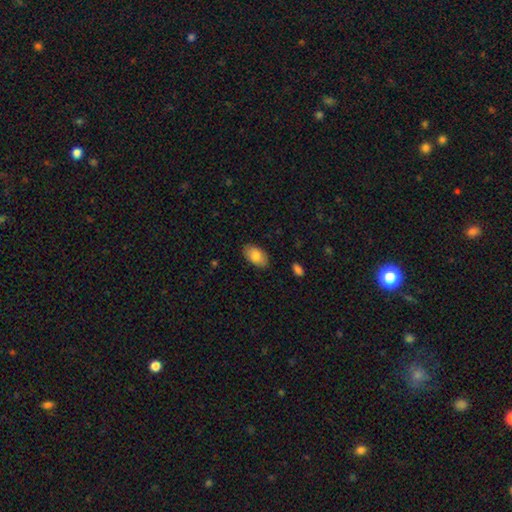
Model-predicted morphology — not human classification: Smooth or featured: smooth — 83% (featured or disk — 11%)
How rounded: in between — 94% (round — 4%)
Merging: none — 86% (minor disturbance — 11%)